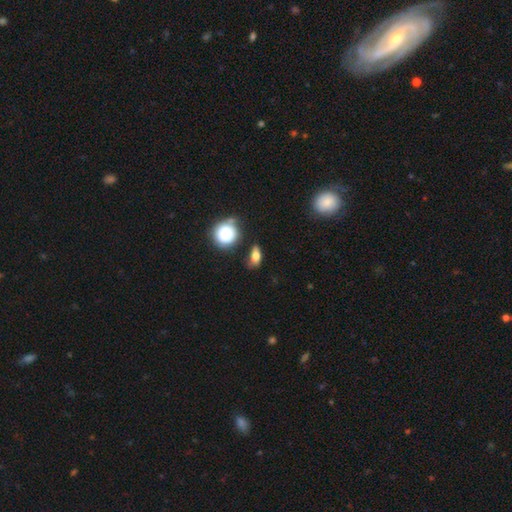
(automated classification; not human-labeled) smooth-or-featured: smooth: 75% | featured or disk: 14% | star or artifact: 10%
  how-rounded: in between: 69% | round: 20% | cigar-shaped: 10%
  merging: none: 60% | minor disturbance: 24% | major disturbance: 8% | merger: 8%